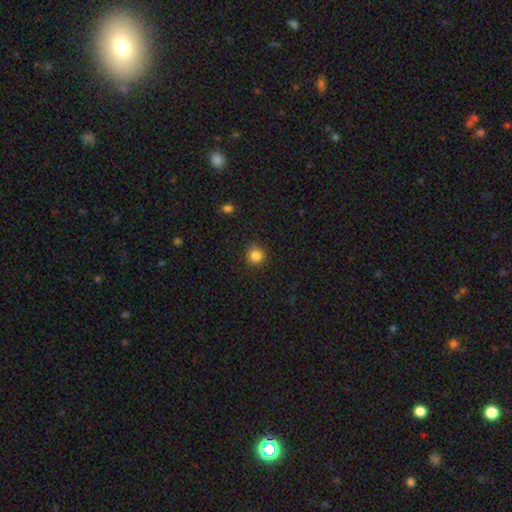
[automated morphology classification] This appears to be a smooth galaxy with no disk features (85%) that is round (92%). Merging: none (86%).